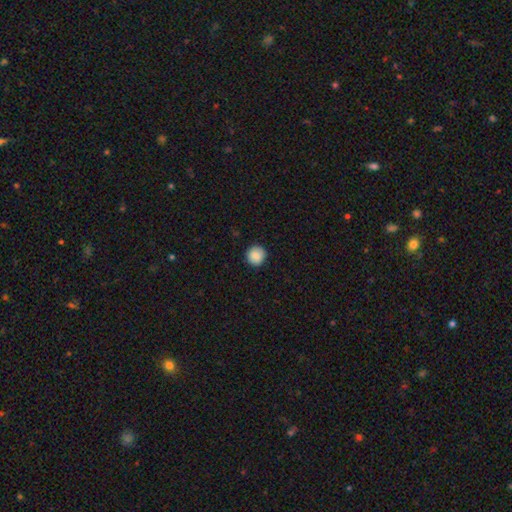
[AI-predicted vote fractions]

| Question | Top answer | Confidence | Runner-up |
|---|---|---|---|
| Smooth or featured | smooth | 87% | star or artifact (8%) |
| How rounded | round | 93% | in between (6%) |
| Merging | none | 89% | minor disturbance (8%) |